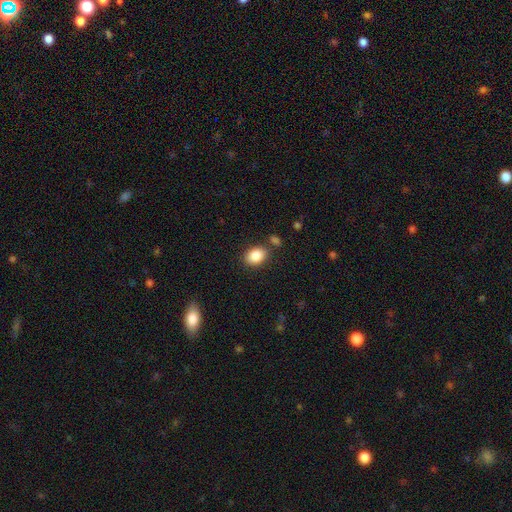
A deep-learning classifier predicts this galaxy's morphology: A smooth galaxy with no disk features (87%) that is in between round and cigar-shaped (76%). Merging: none (79%).